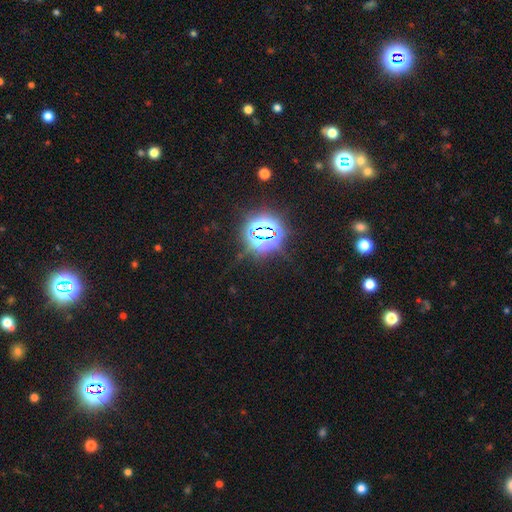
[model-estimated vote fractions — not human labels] Smooth or featured? star or artifact (77%)